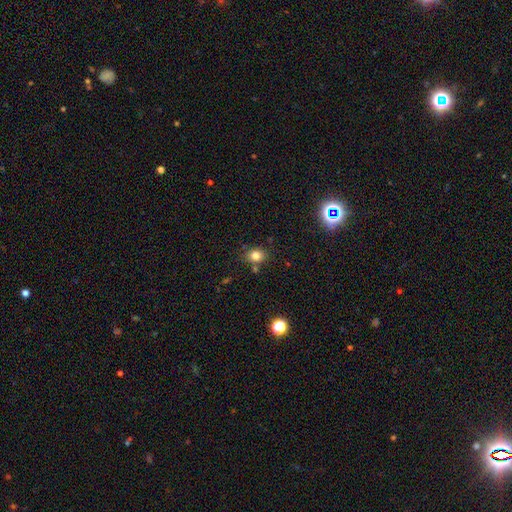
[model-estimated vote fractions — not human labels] smooth_or_featured: smooth (p=0.81) [alt: star or artifact p=0.12]
how_rounded: round (p=0.56) [alt: in between p=0.43]
merging: none (p=0.77) [alt: minor disturbance p=0.13]